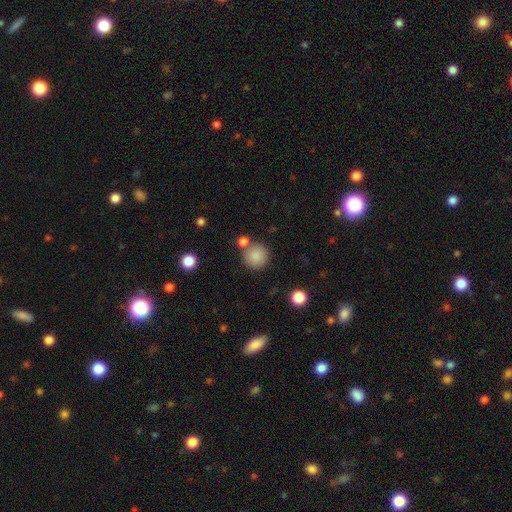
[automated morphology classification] A smooth galaxy with no disk features (86%) that is round (94%). Merging: none (75%).